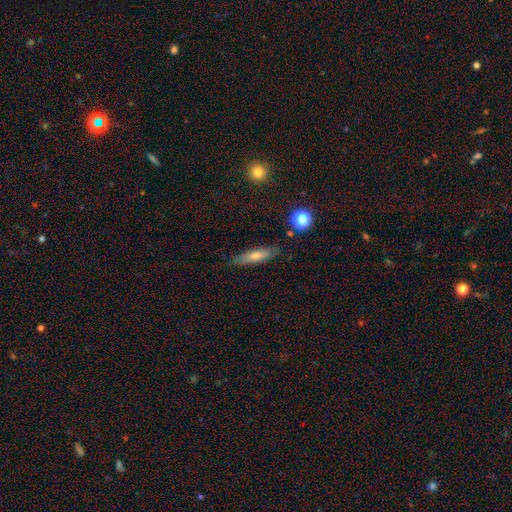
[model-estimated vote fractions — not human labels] Q: Smooth or featured?
A: smooth (64%); runner-up: featured or disk (28%)
Q: How rounded?
A: cigar-shaped (70%); runner-up: in between (27%)
Q: Merging?
A: none (83%); runner-up: minor disturbance (12%)